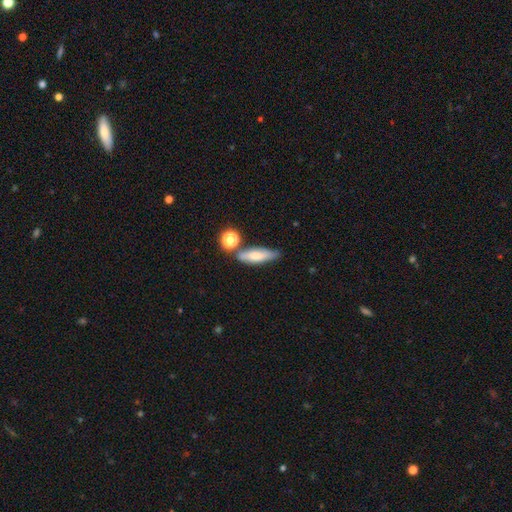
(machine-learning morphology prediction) type=smooth (66%); roundness=cigar-shaped (54%); merging=none (61%).